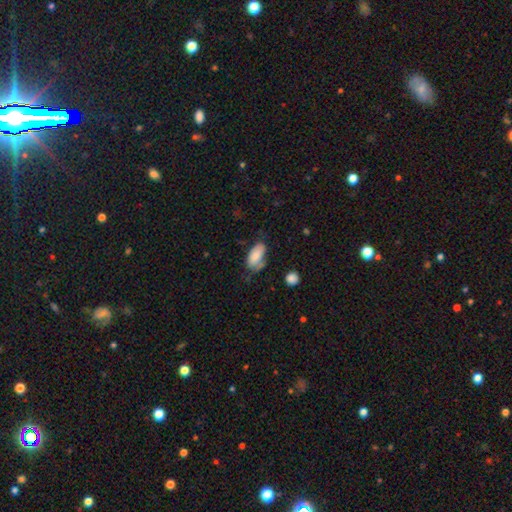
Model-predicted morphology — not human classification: Smooth or featured? Predicted: smooth (p=0.81). How rounded? Predicted: in between (p=0.93). Merging? Predicted: none (p=0.47).